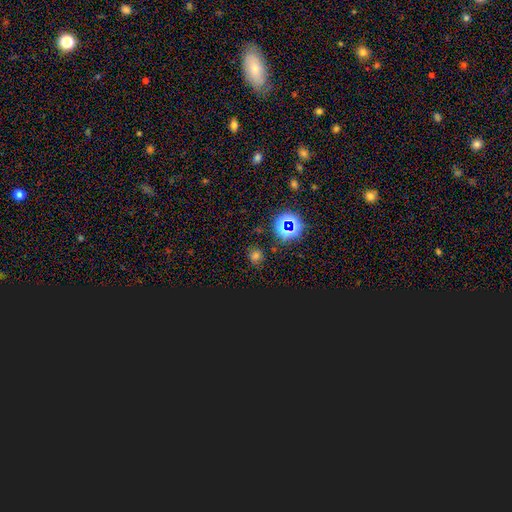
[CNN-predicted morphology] Smooth or featured? Predicted: smooth (p=0.50). Merging? Predicted: none (p=0.85).